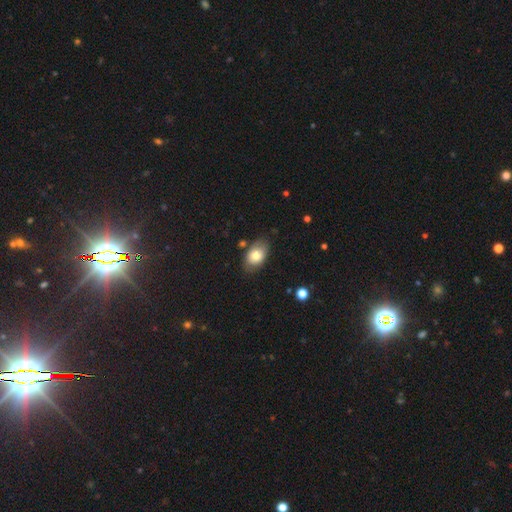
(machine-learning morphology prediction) This is likely a smooth galaxy (75%). How rounded: clearly in between (86%). Merging: likely none (75%).